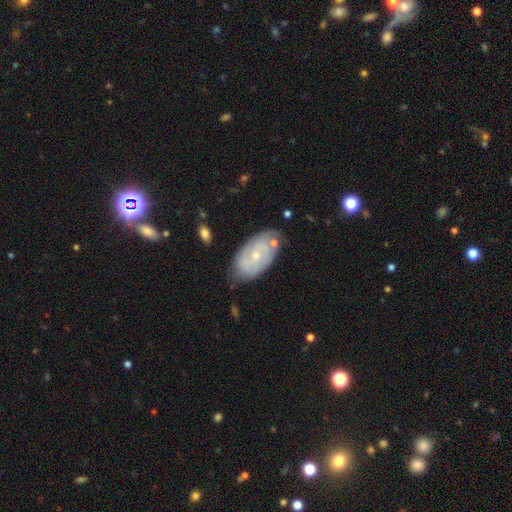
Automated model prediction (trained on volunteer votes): smooth-or-featured: featured or disk: 66% | smooth: 27% | star or artifact: 7%
  disk-edge-on: no: 94% | yes: 6%
    bar: no: 67% | weak: 29% | strong: 5%
    has-spiral-arms: yes: 80% | no: 20%
    bulge-size: small: 70% | moderate: 26% | none: 2% | large: 1% | dominant: 1%
  merging: none: 68% | minor disturbance: 22% | merger: 5% | major disturbance: 5%